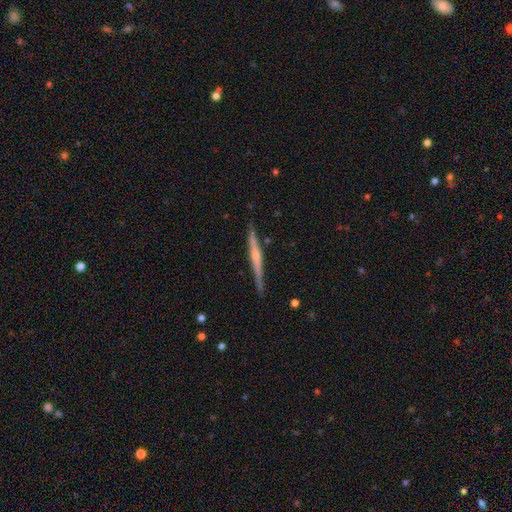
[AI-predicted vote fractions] smooth-or-featured: featured or disk: 68% | smooth: 26% | star or artifact: 6%
  disk-edge-on: yes: 98% | no: 2%
    edge-on-bulge: rounded: 52% | none: 36% | boxy: 12%
  merging: none: 87% | minor disturbance: 10% | merger: 2% | major disturbance: 2%